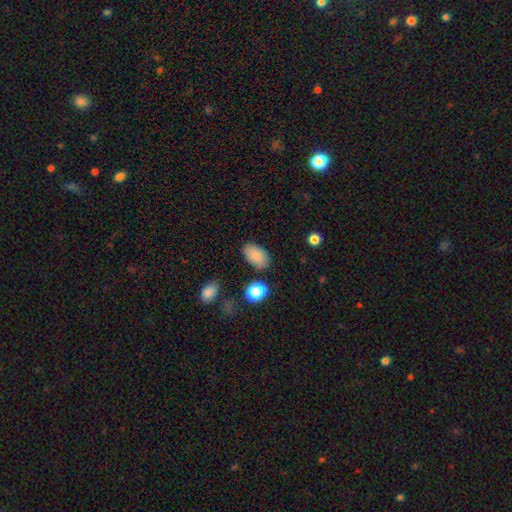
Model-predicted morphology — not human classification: A smooth galaxy with no disk features (86%) that is in between round and cigar-shaped (92%). Merging: none (82%).